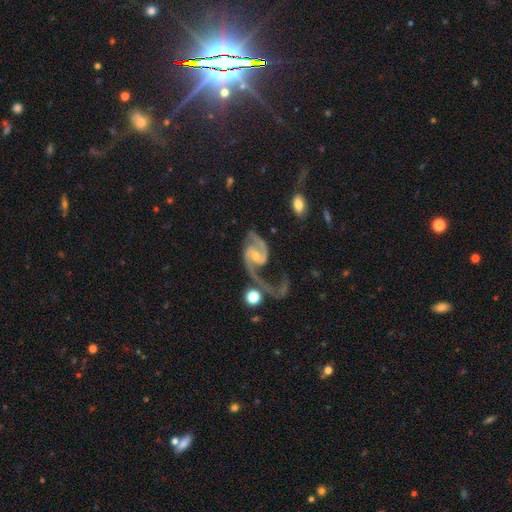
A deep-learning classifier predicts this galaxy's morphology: smooth_or_featured: featured or disk (p=0.92) [alt: star or artifact p=0.05]
disk_edge_on: no (p=0.98) [alt: yes p=0.02]
bar: weak (p=0.42) [alt: no p=0.41]
has_spiral_arms: yes (p=0.98) [alt: no p=0.02]
spiral_winding: medium (p=0.50) [alt: loose p=0.36]
spiral_arm_count: 2 (p=0.91) [alt: 1 p=0.03]
bulge_size: small (p=0.56) [alt: moderate p=0.38]
merging: none (p=0.42) [alt: major disturbance p=0.29]